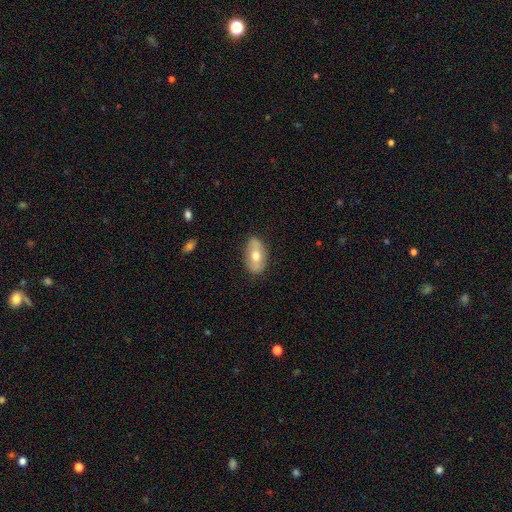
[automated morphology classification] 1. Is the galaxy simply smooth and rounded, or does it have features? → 59% smooth, 35% featured or disk, 6% star or artifact.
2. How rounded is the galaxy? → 91% in between, 6% round, 3% cigar-shaped.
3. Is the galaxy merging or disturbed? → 80% none, 15% minor disturbance, 3% major disturbance, 1% merger.